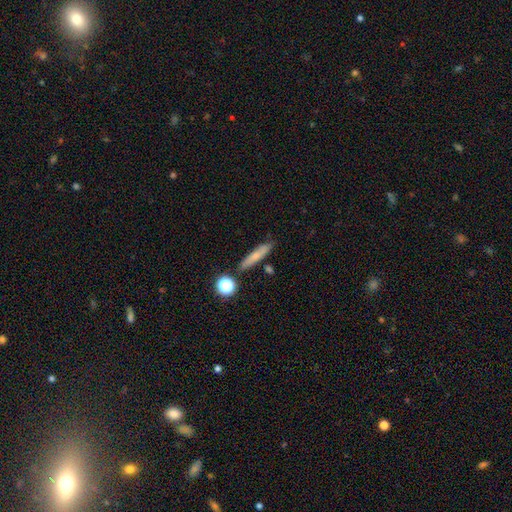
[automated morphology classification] smooth_or_featured: smooth (p=0.69) [alt: featured or disk p=0.21]
how_rounded: cigar-shaped (p=0.84) [alt: in between p=0.12]
merging: none (p=0.82) [alt: minor disturbance p=0.11]